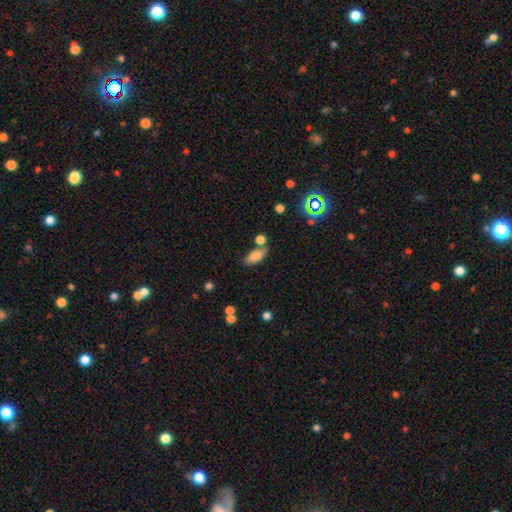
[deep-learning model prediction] This is clearly a smooth galaxy (81%). How rounded: clearly in between (82%). Merging: likely none (69%).